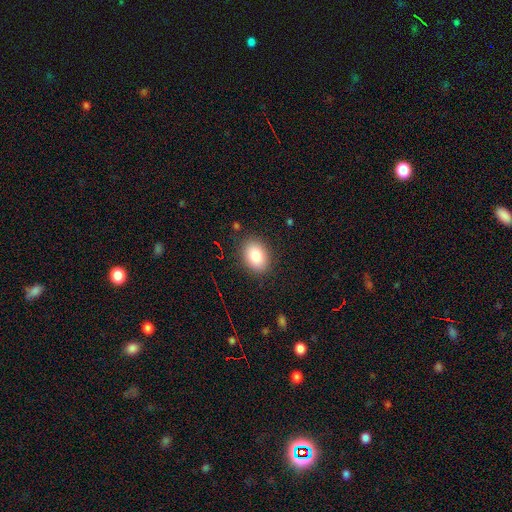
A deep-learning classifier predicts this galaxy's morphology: smooth_or_featured: smooth (p=0.84) [alt: star or artifact p=0.08]
how_rounded: in between (p=0.76) [alt: round p=0.23]
merging: none (p=0.86) [alt: minor disturbance p=0.10]